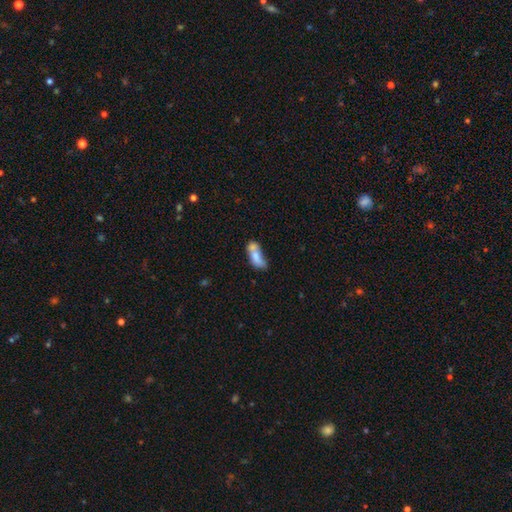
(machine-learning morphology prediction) Smooth or featured?
  - smooth: 69% *
  - featured or disk: 23%
  - star or artifact: 8%
How rounded?
  - in between: 76% *
  - cigar-shaped: 19%
  - round: 5%
Merging?
  - merger: 49% *
  - none: 24%
  - minor disturbance: 16%
  - major disturbance: 11%